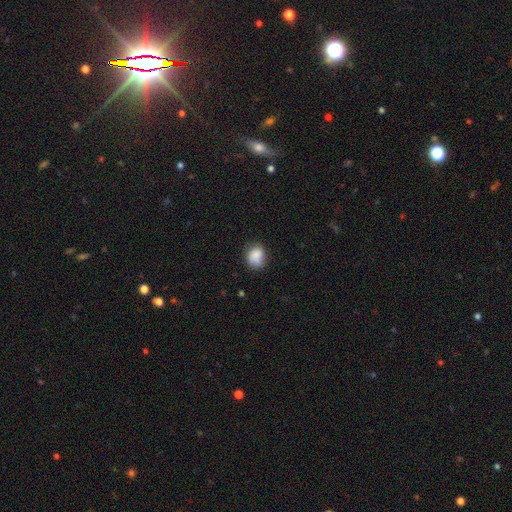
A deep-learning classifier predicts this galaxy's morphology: type=smooth (83%); roundness=round (59%); merging=none (60%).